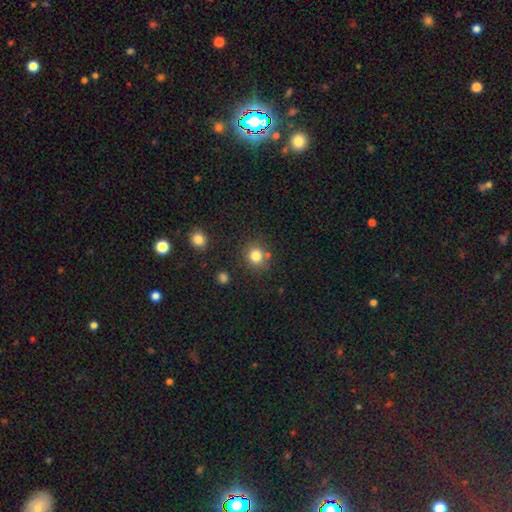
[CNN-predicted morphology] This is clearly a smooth galaxy (81%). How rounded: clearly round (83%). Merging: likely none (77%).